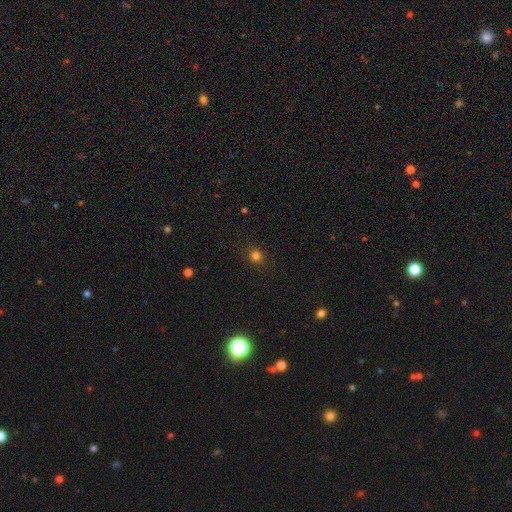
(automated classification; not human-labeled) smooth 78%, star or artifact 17%, featured or disk 5%. Down the decision tree: how rounded — round (87%); merging — none (90%).